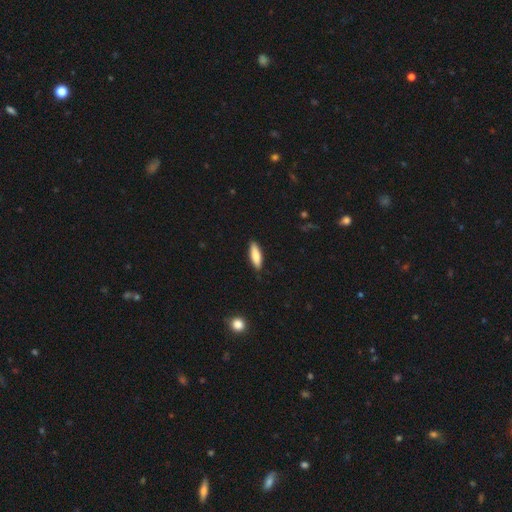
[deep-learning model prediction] Smooth or featured? smooth (83%)
How rounded? cigar-shaped (51%)
Merging? none (87%)